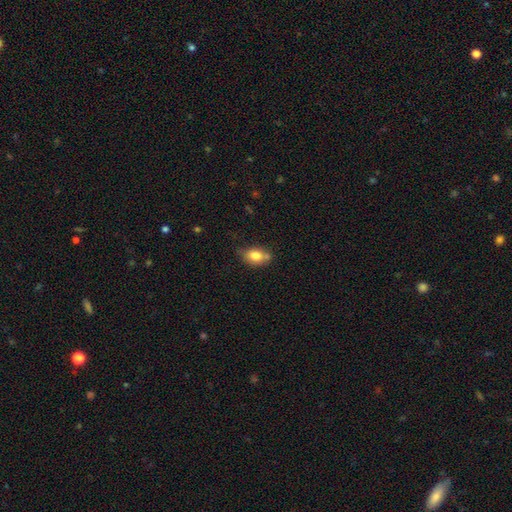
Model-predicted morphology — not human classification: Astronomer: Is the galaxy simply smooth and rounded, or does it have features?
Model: smooth — 78%.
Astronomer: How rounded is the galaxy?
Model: in between — 73%.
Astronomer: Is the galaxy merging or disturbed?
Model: none — 54%.